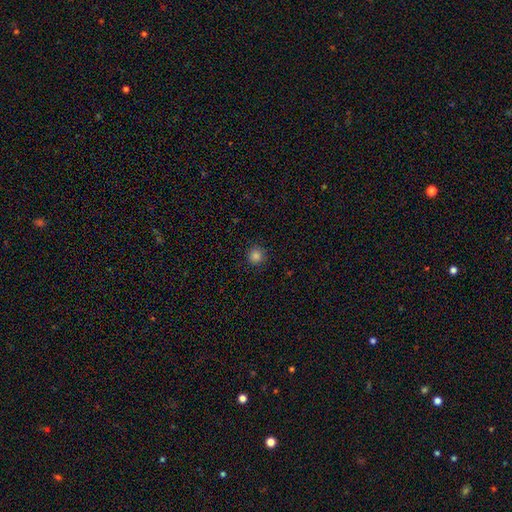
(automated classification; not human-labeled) A smooth galaxy with no disk features (83%) that is round (94%). Merging: none (91%).